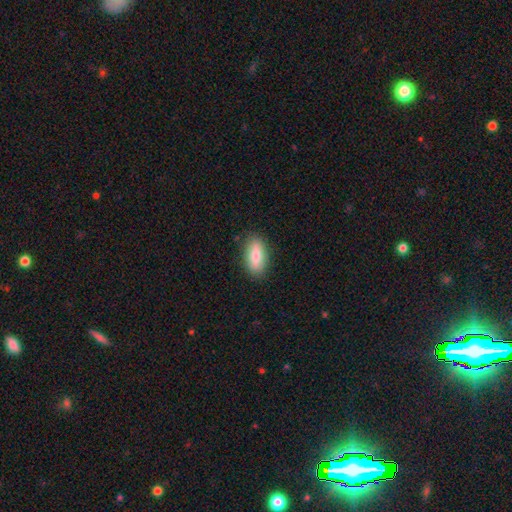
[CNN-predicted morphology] A smooth galaxy with no disk features (79%) that is in between round and cigar-shaped (83%). Merging: none (87%).